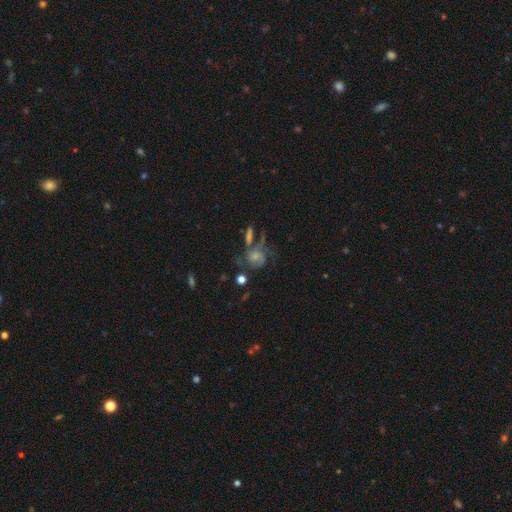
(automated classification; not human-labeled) A featured or disk galaxy (67%) with no bar (69%), 2 (51%) medium (45%) spiral arms (87%) and a small central bulge (43%).

Vote fractions:
- Smooth or featured? featured or disk: 67% / smooth: 23% / star or artifact: 10%
- Edge-on disk? no: 97% / yes: 3%
- Bar? no: 69% / weak: 25% / strong: 5%
- Spiral arms? yes: 87% / no: 13%
- Spiral winding? medium: 45% / tight: 36% / loose: 20%
- Spiral arm count? 2: 51% / can't tell: 22% / 3: 12% / 1: 9% / 4: 3% / more than 4: 3%
- Bulge size? small: 43% / moderate: 35% / none: 14% / large: 7% / dominant: 2%
- Merging? none: 40% / major disturbance: 22% / merger: 20% / minor disturbance: 18%